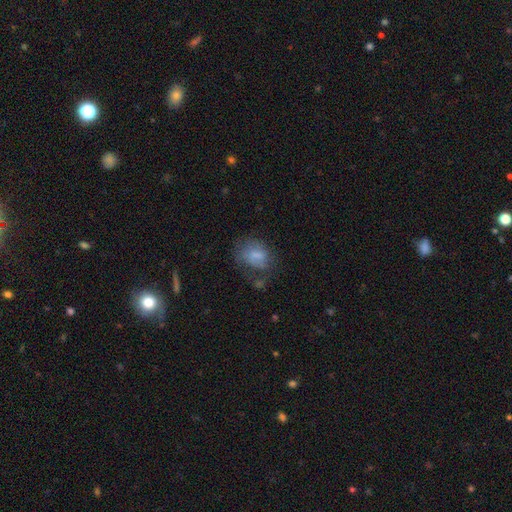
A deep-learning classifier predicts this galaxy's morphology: A smooth galaxy with no disk features (67%) that is in between round and cigar-shaped (61%). Merging: none (41%).